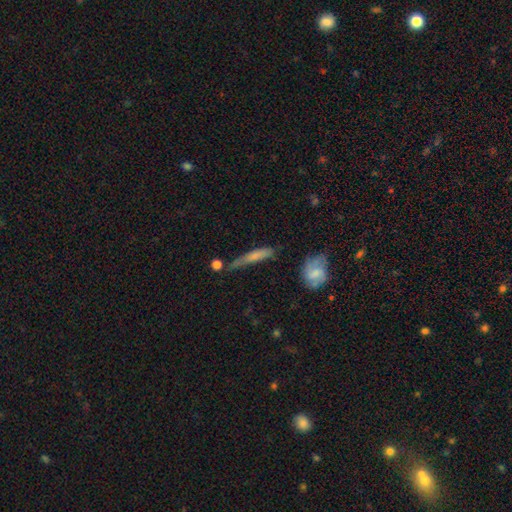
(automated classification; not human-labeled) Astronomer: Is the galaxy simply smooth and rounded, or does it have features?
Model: smooth — 61%.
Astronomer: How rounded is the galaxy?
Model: cigar-shaped — 85%.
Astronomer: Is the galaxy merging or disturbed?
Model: none — 50% (runner-up: minor disturbance, 29%).